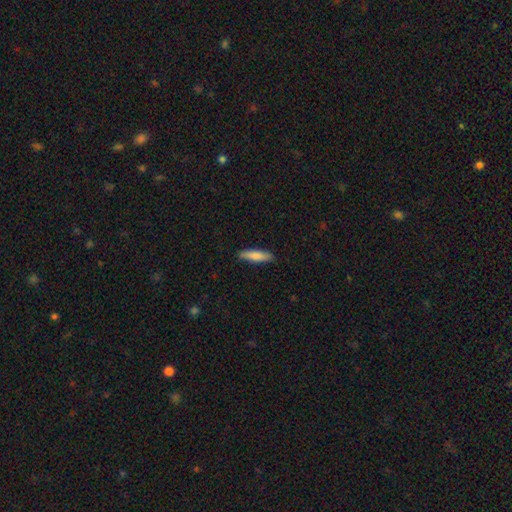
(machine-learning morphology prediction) Smooth or featured?
  - smooth: 81% *
  - featured or disk: 13%
  - star or artifact: 5%
How rounded?
  - cigar-shaped: 73% *
  - in between: 25%
  - round: 1%
Merging?
  - none: 86% *
  - minor disturbance: 11%
  - major disturbance: 2%
  - merger: 1%